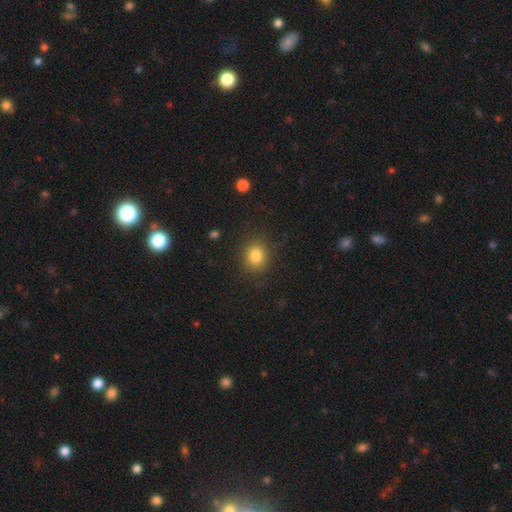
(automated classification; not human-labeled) A smooth galaxy with no disk features (83%) that is round (74%).

Vote fractions:
- Smooth or featured? smooth: 83% / star or artifact: 11% / featured or disk: 6%
- How rounded? round: 74% / in between: 26% / cigar-shaped: 1%
- Merging? none: 85% / minor disturbance: 10% / major disturbance: 4% / merger: 1%